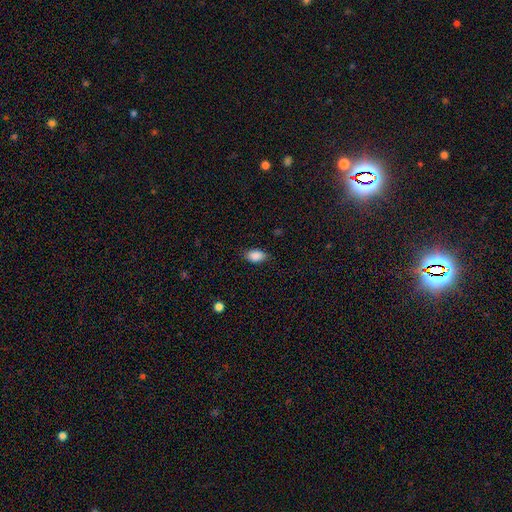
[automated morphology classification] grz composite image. It shows a smooth galaxy with no disk features (88%) that is in between round and cigar-shaped (90%). Merging: none (80%).